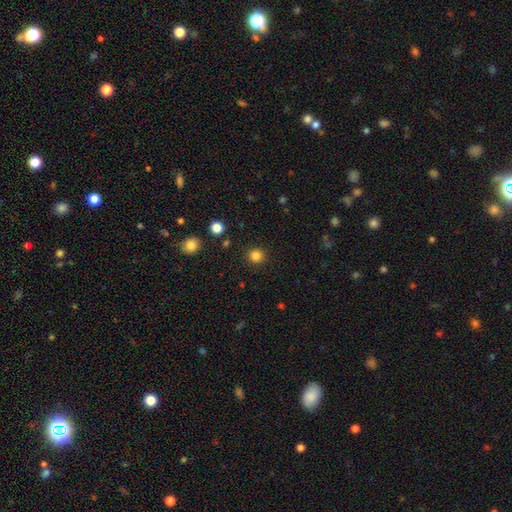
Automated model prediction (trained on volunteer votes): smooth 84%, star or artifact 13%, featured or disk 4%. Down the decision tree: how rounded — round (93%); merging — none (91%).